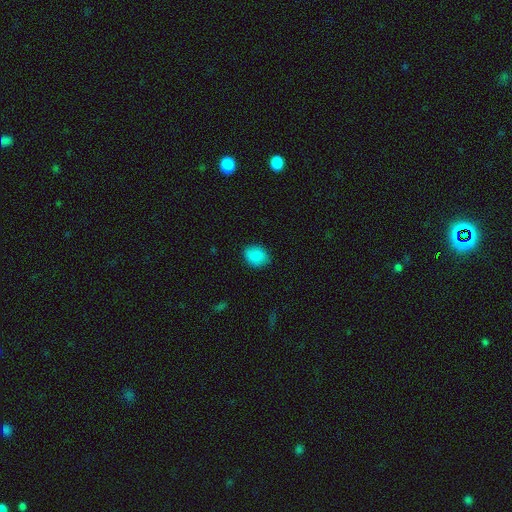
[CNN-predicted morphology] type=smooth (88%); roundness=in between (52%); merging=none (84%).